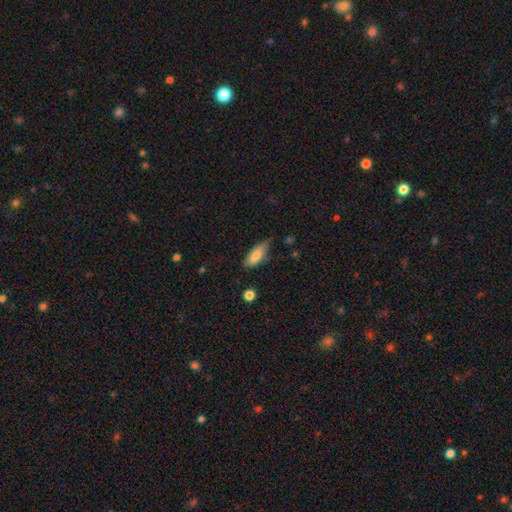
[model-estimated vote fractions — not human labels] This appears to be a smooth galaxy with no disk features (80%) that is in between round and cigar-shaped (76%). Merging: none (55%).